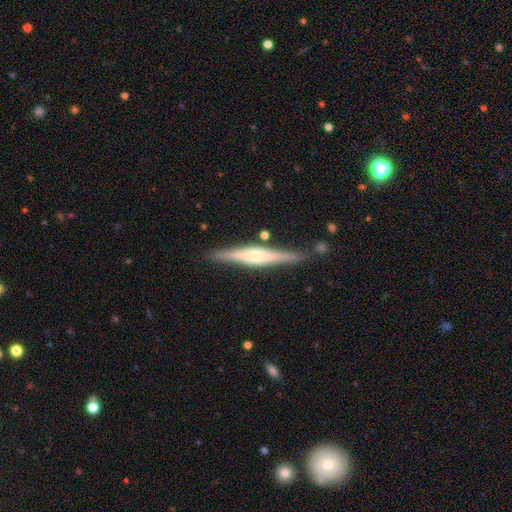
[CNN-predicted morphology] Smooth or featured? Predicted: featured or disk (p=0.75). Edge-on disk? Predicted: yes (p=0.97). Edge-on bulge? Predicted: rounded (p=0.75). Merging? Predicted: none (p=0.85).